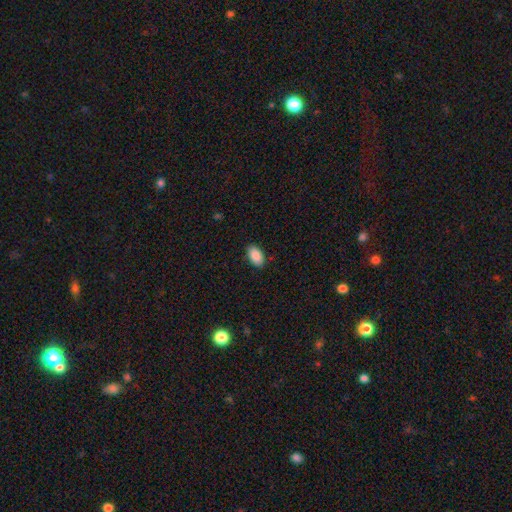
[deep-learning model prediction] Q: Smooth or featured?
A: smooth (90%); runner-up: star or artifact (7%)
Q: How rounded?
A: in between (94%); runner-up: round (5%)
Q: Merging?
A: none (88%); runner-up: minor disturbance (9%)